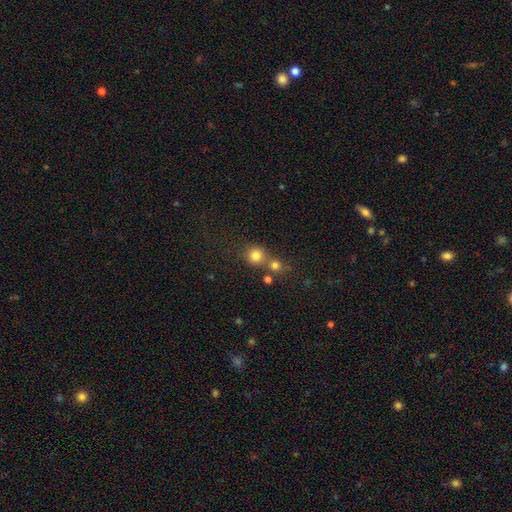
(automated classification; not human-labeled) A smooth galaxy with no disk features (79%) that is round (91%). Merging: none (59%).